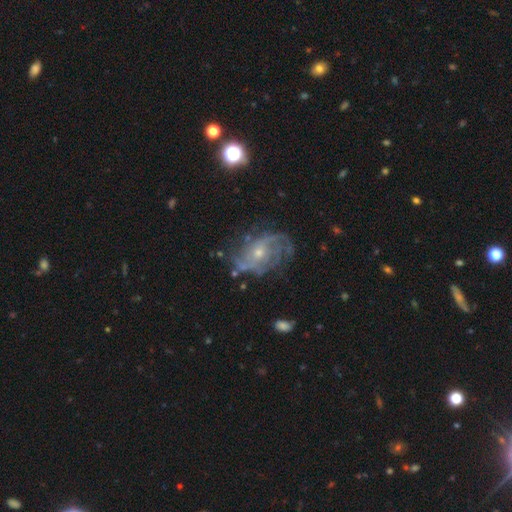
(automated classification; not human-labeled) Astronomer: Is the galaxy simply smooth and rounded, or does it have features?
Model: featured or disk — 72%.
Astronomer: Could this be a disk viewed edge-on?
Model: no — 96%.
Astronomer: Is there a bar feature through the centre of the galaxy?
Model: no — 66%.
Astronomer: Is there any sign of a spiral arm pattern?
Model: yes — 87%.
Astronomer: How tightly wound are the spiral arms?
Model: medium — 40% (runner-up: tight, 39%).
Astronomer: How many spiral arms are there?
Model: can't tell — 38% (runner-up: 2, 27%).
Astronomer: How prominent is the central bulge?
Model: small — 61%.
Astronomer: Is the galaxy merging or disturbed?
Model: none — 70%.